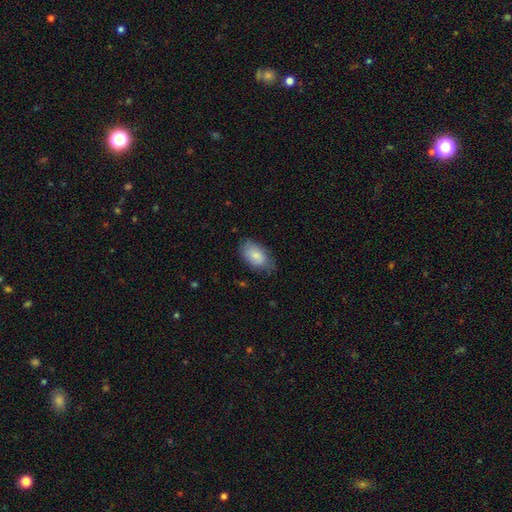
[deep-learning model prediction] The model was most divided on "merging": none: 68%, minor disturbance: 25%, major disturbance: 6%, merger: 1%. More confident: how rounded — in between (93%); smooth or featured — smooth (81%).